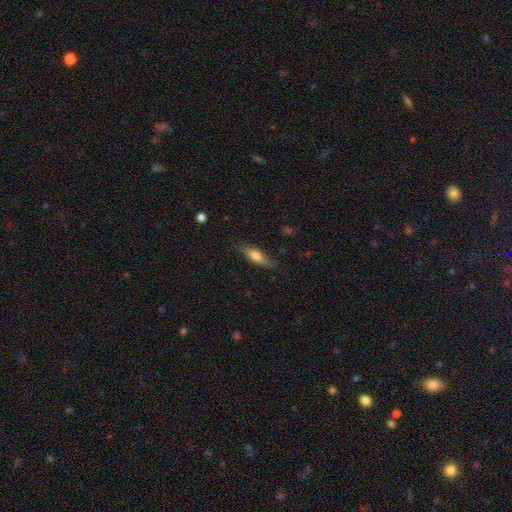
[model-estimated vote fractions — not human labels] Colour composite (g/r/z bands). It shows a smooth galaxy with no disk features (73%) that is cigar-shaped (54%). Merging: none (78%).